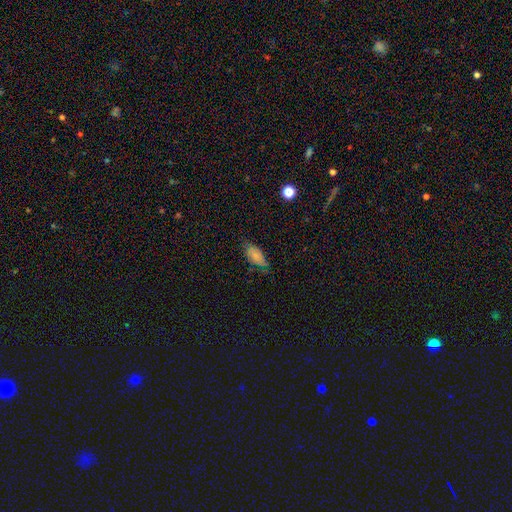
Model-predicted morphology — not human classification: smooth 75%, featured or disk 16%, star or artifact 8%. Down the decision tree: how rounded — in between (89%); merging — none (64%).